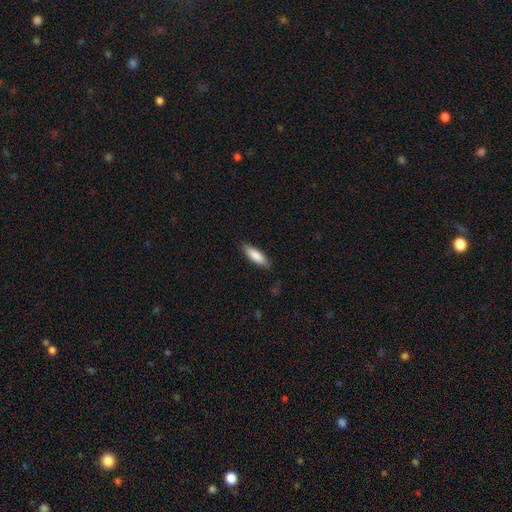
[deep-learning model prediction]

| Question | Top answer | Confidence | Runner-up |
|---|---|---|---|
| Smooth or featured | smooth | 84% | featured or disk (11%) |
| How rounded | in between | 50% | cigar-shaped (48%) |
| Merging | none | 83% | minor disturbance (13%) |